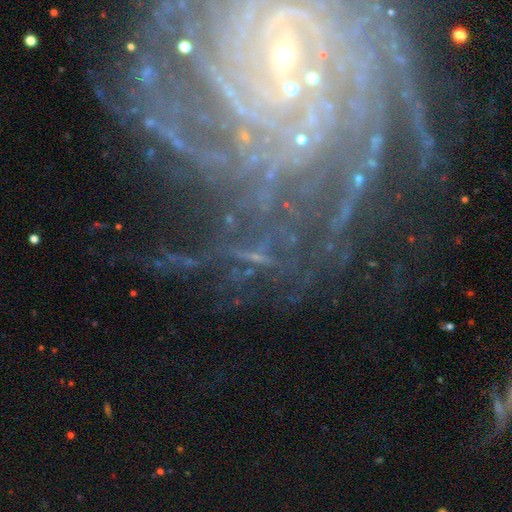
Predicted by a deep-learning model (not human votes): Morphology: type=featured or disk (50%); edge-on=no (87%); merging=none (64%).